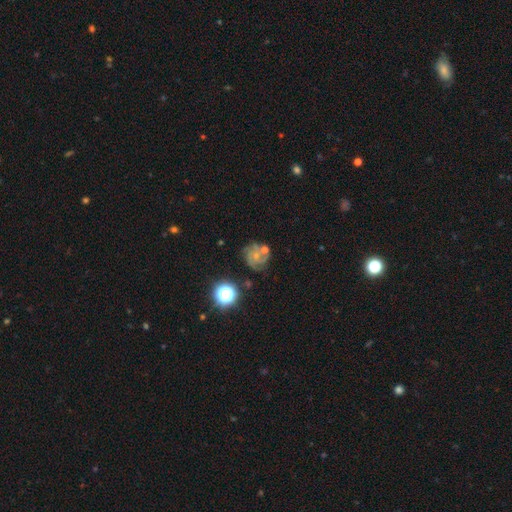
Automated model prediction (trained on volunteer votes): The model was most divided on "spiral winding": tight: 51%, medium: 39%, loose: 11%. Remaining: edge-on disk — no (98%); spiral arms — yes (91%); bar — no (77%); smooth or featured — featured or disk (67%); bulge size — small (64%); merging — none (59%); spiral arm count — 3 (39%).